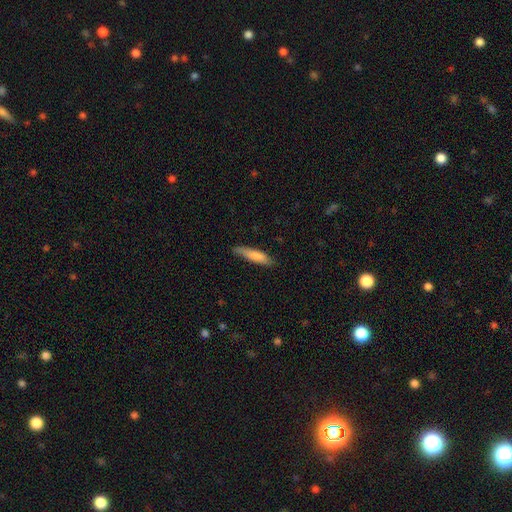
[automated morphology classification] Smooth or featured: smooth — 77% (featured or disk — 18%)
How rounded: cigar-shaped — 80% (in between — 19%)
Merging: none — 76% (minor disturbance — 19%)